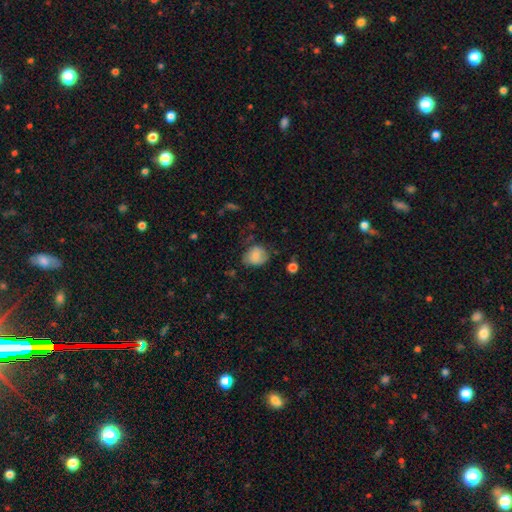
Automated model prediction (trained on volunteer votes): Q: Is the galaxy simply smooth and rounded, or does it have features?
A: smooth — 77%.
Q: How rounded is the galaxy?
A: round — 51%.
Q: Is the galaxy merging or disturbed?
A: none — 54%.